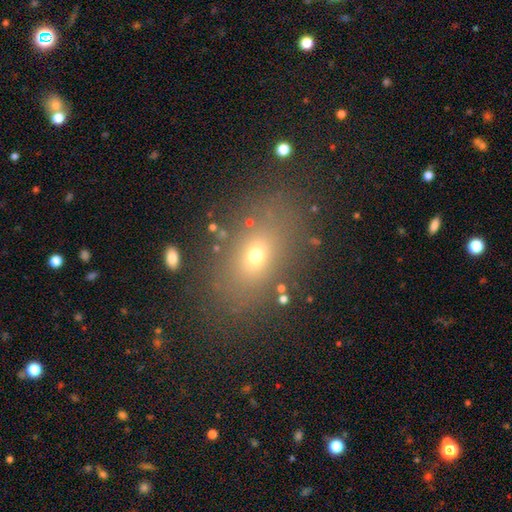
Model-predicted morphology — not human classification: Smooth or featured? Predicted: smooth (p=0.65). How rounded? Predicted: in between (p=0.73). Merging? Predicted: none (p=0.82).